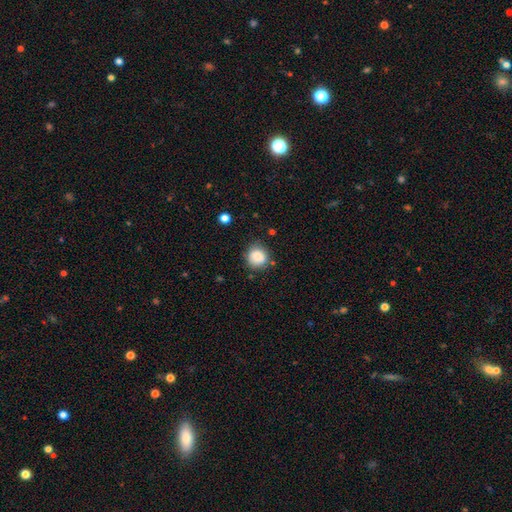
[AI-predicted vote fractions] Smooth or featured: smooth — 85% (star or artifact — 9%)
How rounded: round — 89% (in between — 10%)
Merging: none — 77% (minor disturbance — 16%)